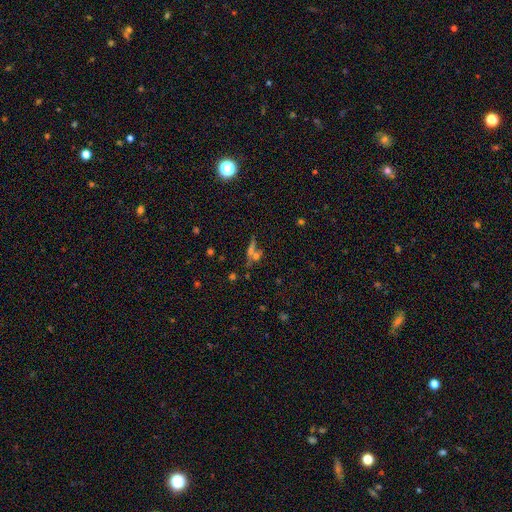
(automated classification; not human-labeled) smooth-or-featured: featured or disk: 37% (tied) | smooth: 37% (tied) | star or artifact: 26%
  merging: none: 54% | merger: 28% | minor disturbance: 11% | major disturbance: 7%